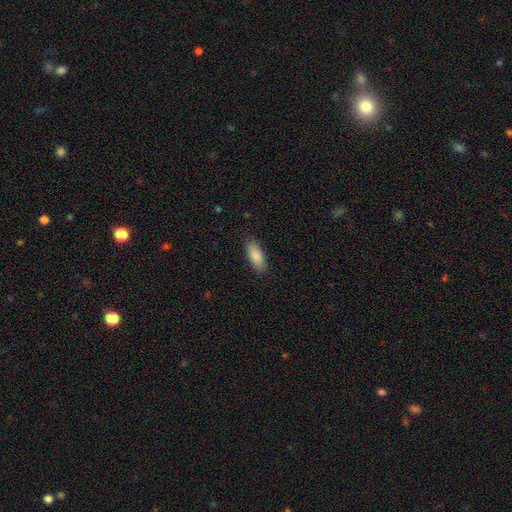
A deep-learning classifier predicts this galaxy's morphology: This appears to be a smooth galaxy with no disk features (86%) that is in between round and cigar-shaped (70%). Merging: none (88%).